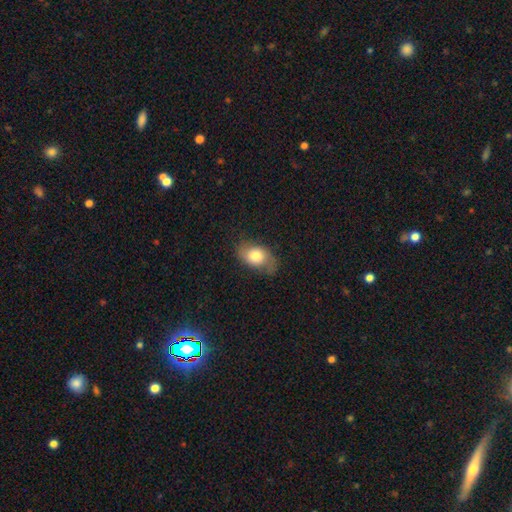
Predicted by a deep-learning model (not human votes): smooth_or_featured: smooth (p=0.68) [alt: featured or disk p=0.24]
how_rounded: in between (p=0.83) [alt: round p=0.15]
merging: none (p=0.66) [alt: minor disturbance p=0.24]